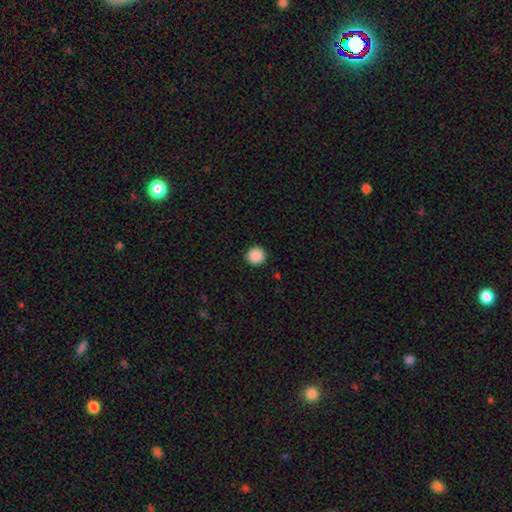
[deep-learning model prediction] A smooth galaxy with no disk features (89%) that is round (95%). Merging: none (92%).